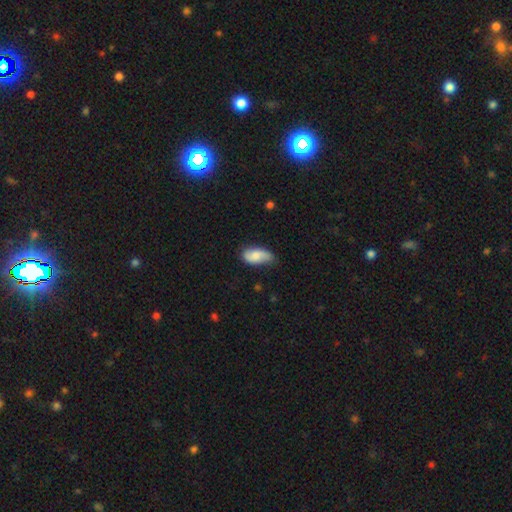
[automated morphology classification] smooth-or-featured: smooth: 71% | featured or disk: 22% | star or artifact: 7%
  how-rounded: in between: 91% | cigar-shaped: 6% | round: 3%
  merging: none: 60% | minor disturbance: 32% | major disturbance: 6% | merger: 2%